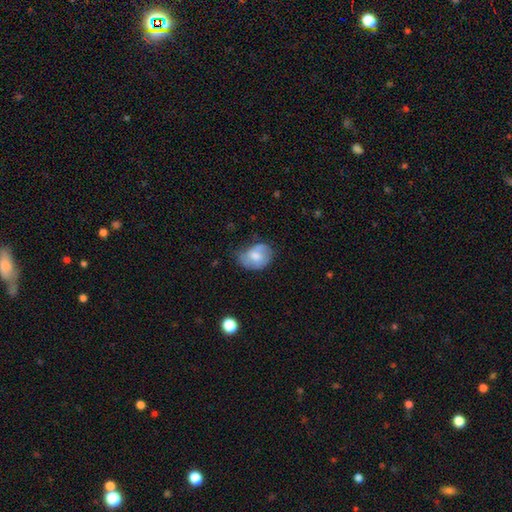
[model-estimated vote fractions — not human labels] Smooth or featured? Predicted: smooth (p=0.61). How rounded? Predicted: in between (p=0.67). Merging? Predicted: none (p=0.44).